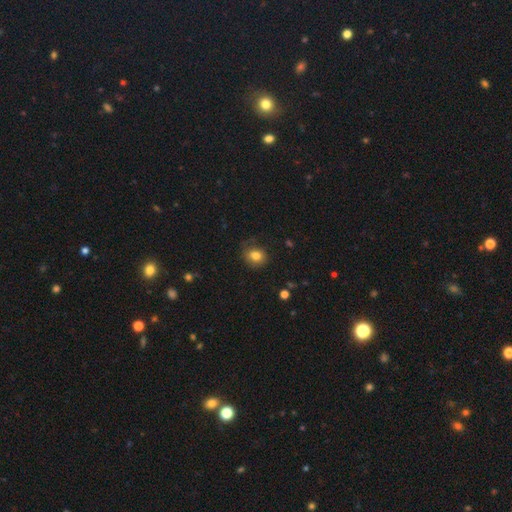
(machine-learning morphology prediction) type=smooth (81%); roundness=round (64%); merging=none (73%).